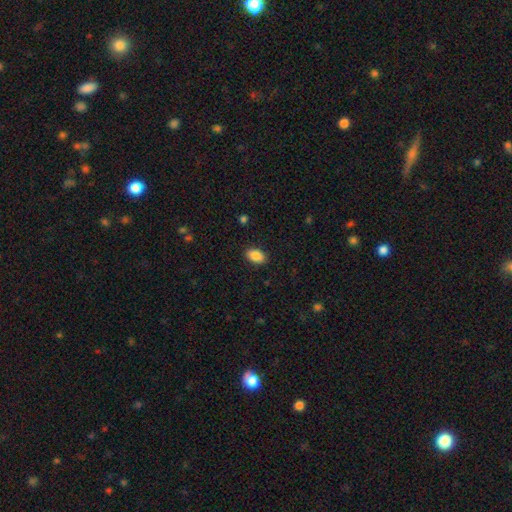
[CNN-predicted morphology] type=smooth (89%); roundness=in between (92%); merging=none (89%).